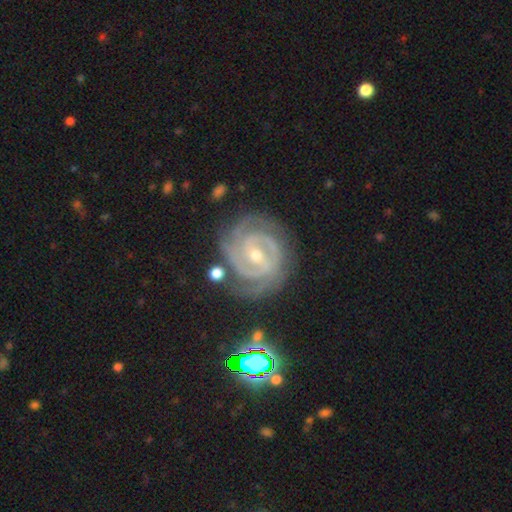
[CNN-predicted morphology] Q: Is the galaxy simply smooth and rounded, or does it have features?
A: featured or disk — 92%.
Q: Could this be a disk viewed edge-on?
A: no — 98%.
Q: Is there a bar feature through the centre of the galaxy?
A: weak — 45%.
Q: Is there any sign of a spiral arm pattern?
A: yes — 99%.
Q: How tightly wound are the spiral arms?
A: tight — 74%.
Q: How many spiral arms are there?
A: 3 — 38%.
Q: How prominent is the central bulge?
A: small — 58%.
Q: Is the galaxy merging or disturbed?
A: none — 74%.